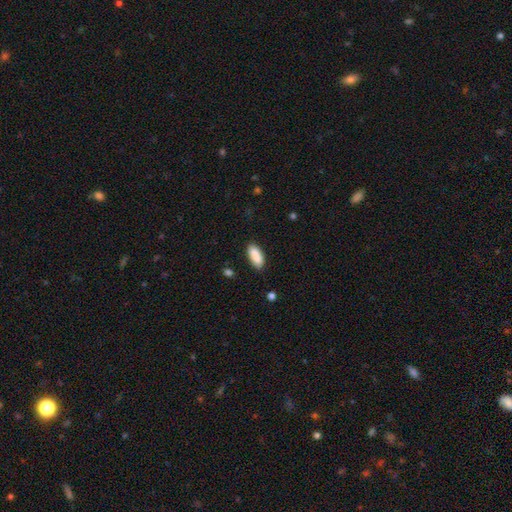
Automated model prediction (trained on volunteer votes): This appears to be a smooth galaxy with no disk features (89%) that is in between round and cigar-shaped (81%). Merging: none (84%).